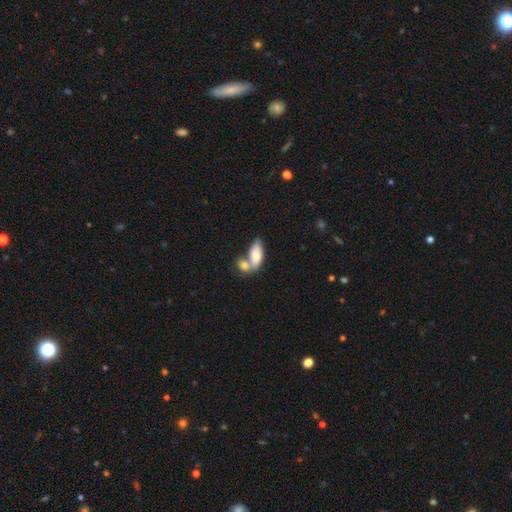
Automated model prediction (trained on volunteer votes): This appears to be a smooth galaxy with no disk features (77%) that is in between round and cigar-shaped (86%). Merging: merger (61%).